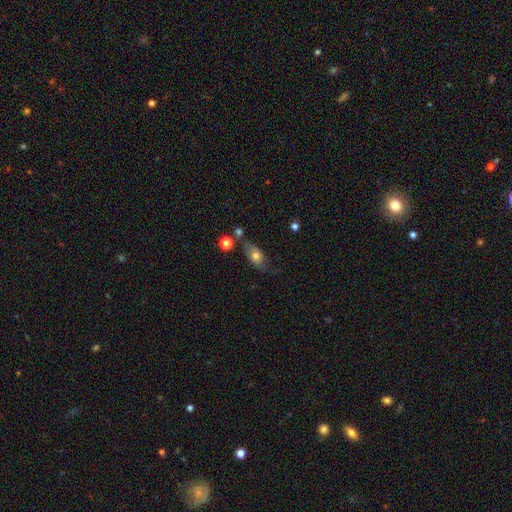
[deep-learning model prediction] A smooth galaxy with no disk features (68%) that is in between round and cigar-shaped (80%).

Vote fractions:
- Smooth or featured? smooth: 68% / featured or disk: 23% / star or artifact: 9%
- How rounded? in between: 80% / round: 13% / cigar-shaped: 7%
- Merging? none: 60% / minor disturbance: 23% / merger: 10% / major disturbance: 8%